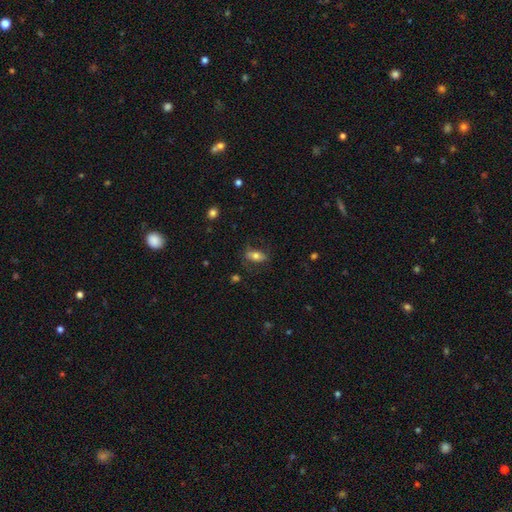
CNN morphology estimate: Smooth or featured? smooth (64%)
How rounded? in between (85%)
Merging? none (68%)